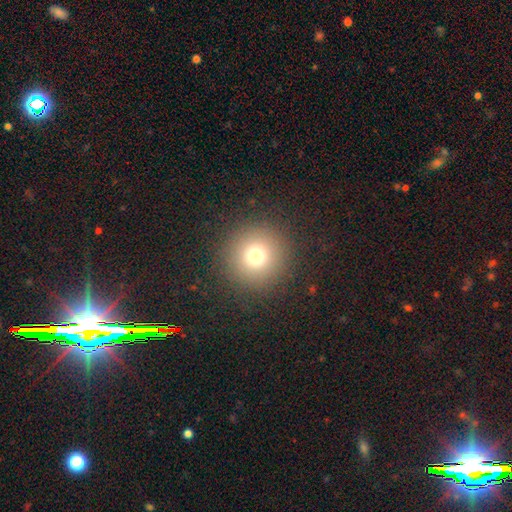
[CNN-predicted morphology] Smooth or featured? smooth (73%)
How rounded? round (96%)
Merging? none (90%)